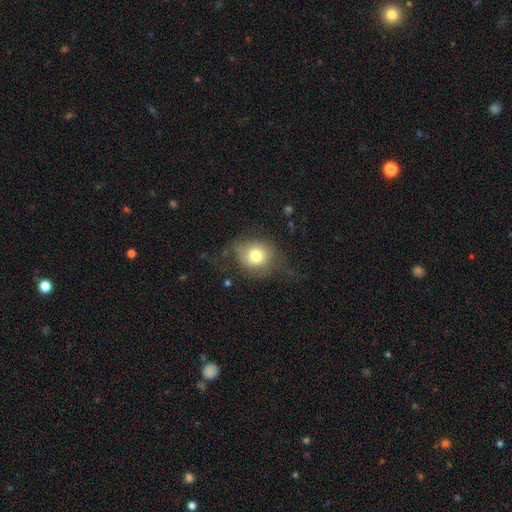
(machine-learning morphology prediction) A smooth galaxy with no disk features (72%) that is round (67%). Merging: none (52%).